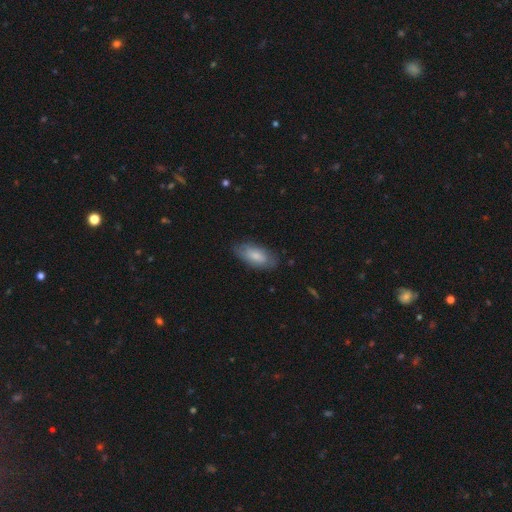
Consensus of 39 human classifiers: smooth_or_featured: smooth (p=0.79) [alt: featured or disk p=0.21]
how_rounded: in between (p=0.97) [alt: cigar-shaped p=0.03]
merging: none (p=0.72) [alt: minor disturbance p=0.15]